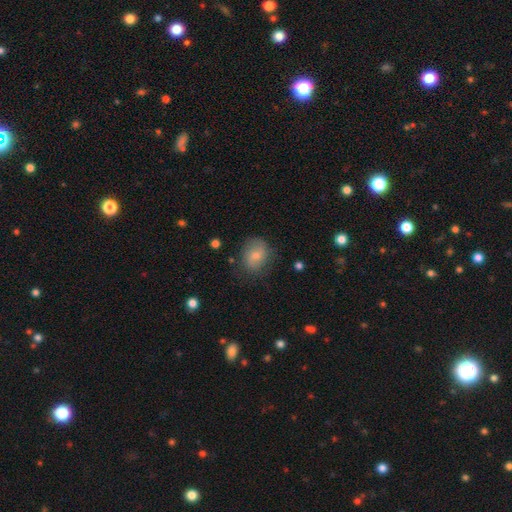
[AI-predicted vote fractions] smooth_or_featured: smooth (p=0.65) [alt: featured or disk p=0.27]
how_rounded: round (p=0.63) [alt: in between p=0.36]
merging: none (p=0.69) [alt: minor disturbance p=0.21]